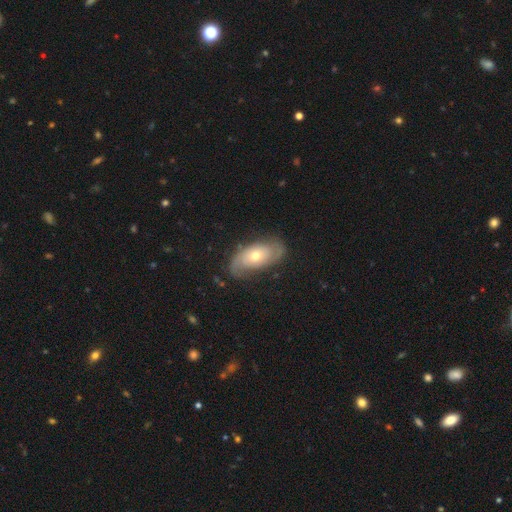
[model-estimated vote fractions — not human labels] This appears to be a featured or disk galaxy (73%) with no bar (79%), 2 (79%) tight (43%) spiral arms (87%) and a moderate central bulge (62%). Merging: none (75%).